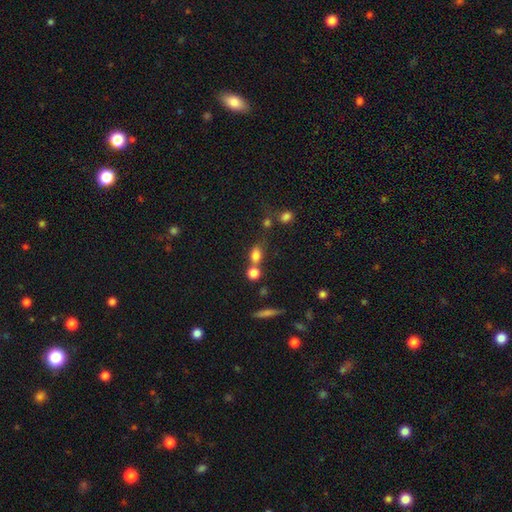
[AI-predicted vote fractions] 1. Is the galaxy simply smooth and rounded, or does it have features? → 76% smooth, 13% star or artifact, 11% featured or disk.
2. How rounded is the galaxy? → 57% in between, 37% round, 6% cigar-shaped.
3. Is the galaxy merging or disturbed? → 43% none, 40% merger, 12% minor disturbance, 6% major disturbance.